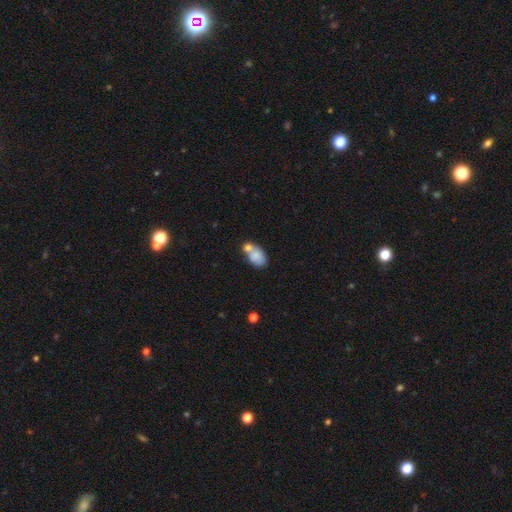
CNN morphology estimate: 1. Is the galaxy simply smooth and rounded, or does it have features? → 76% smooth, 16% featured or disk, 8% star or artifact.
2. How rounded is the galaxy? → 85% in between, 13% round, 2% cigar-shaped.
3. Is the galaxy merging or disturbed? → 50% merger, 31% none, 14% minor disturbance, 5% major disturbance.